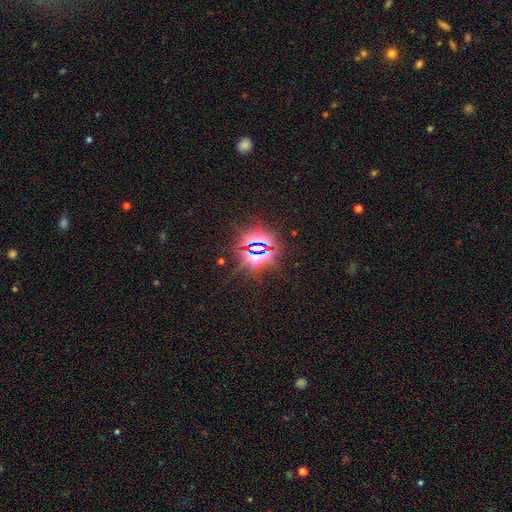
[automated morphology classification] smooth-or-featured: star or artifact: 83% | smooth: 9% | featured or disk: 8%